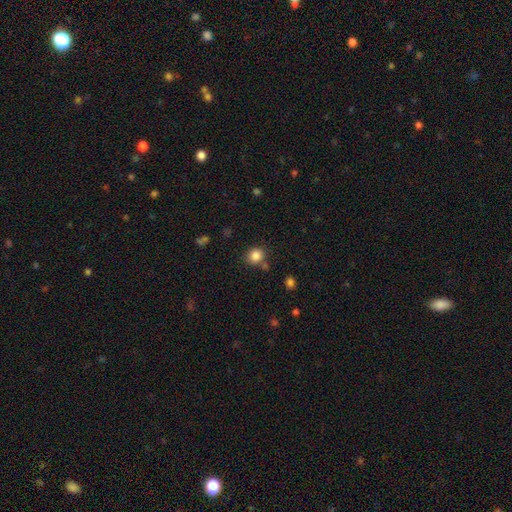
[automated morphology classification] type=smooth (84%); roundness=round (77%); merging=none (78%).